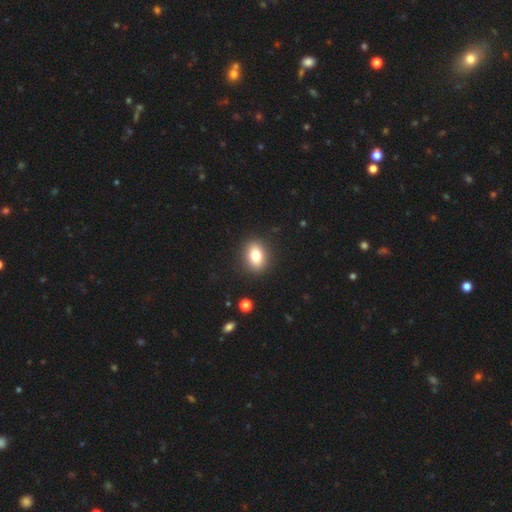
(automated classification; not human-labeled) Overall: smooth (79%). How rounded: in between (67%; round 32%). Merging: none (89%).